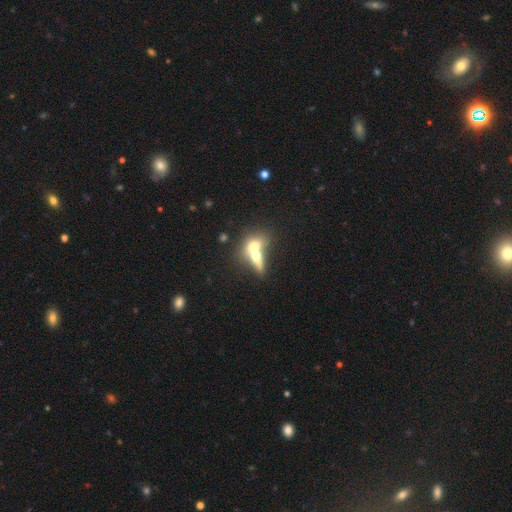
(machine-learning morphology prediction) A smooth galaxy with no disk features (59%) that is in between round and cigar-shaped (55%). Merging: merger (73%).